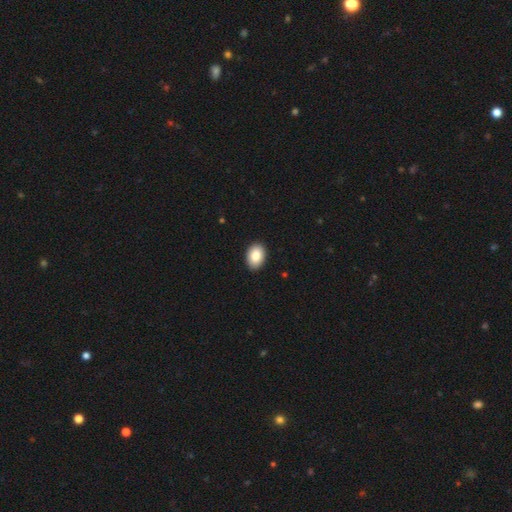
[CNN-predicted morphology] This is clearly a smooth galaxy (88%). How rounded: clearly in between (86%). Merging: clearly none (90%).